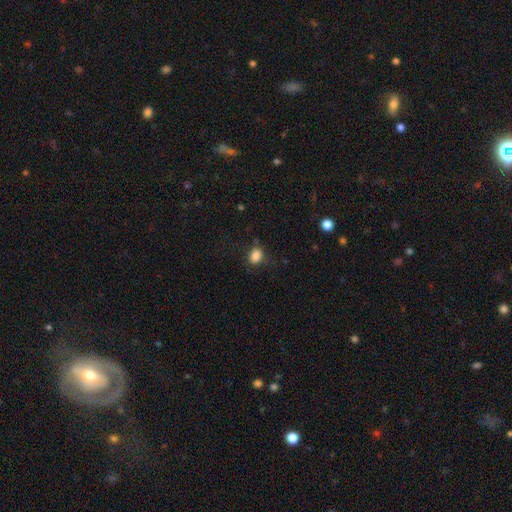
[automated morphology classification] Smooth or featured: smooth — 85% (star or artifact — 10%)
How rounded: in between — 62% (round — 37%)
Merging: none — 74% (minor disturbance — 18%)